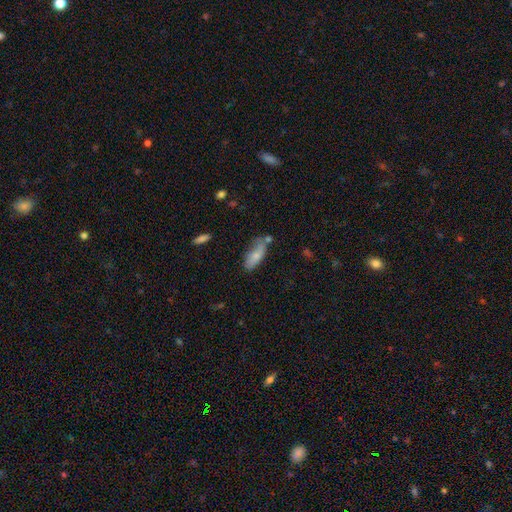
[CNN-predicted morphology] This is likely a smooth galaxy (73%). How rounded: likely in between (72%). Merging: possibly none (49%).